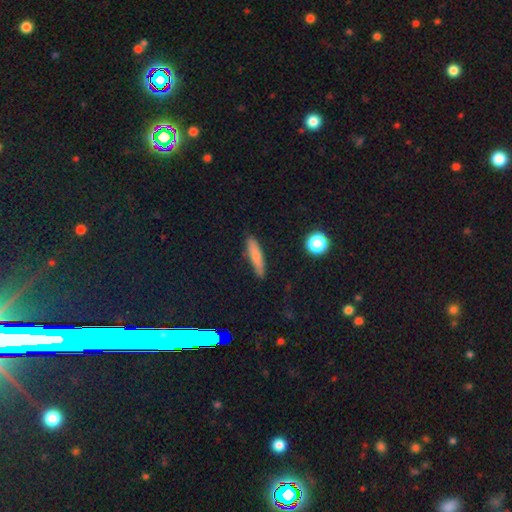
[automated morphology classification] This is likely a smooth galaxy (74%). How rounded: clearly cigar-shaped (83%). Merging: clearly none (85%).